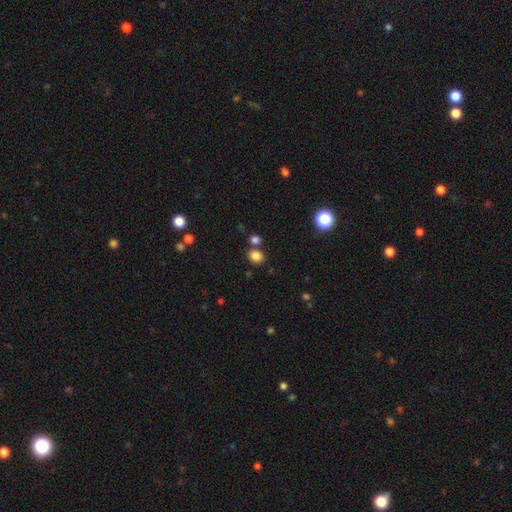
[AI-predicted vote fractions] Smooth or featured? Predicted: smooth (p=0.83). How rounded? Predicted: round (p=0.56). Merging? Predicted: none (p=0.71).